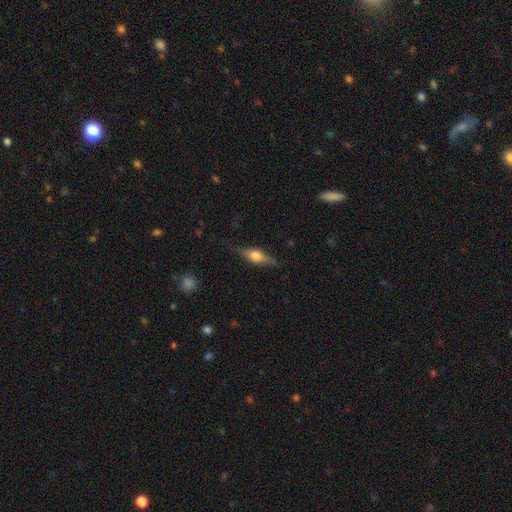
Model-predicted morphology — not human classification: Smooth or featured? Predicted: featured or disk (p=0.65). Edge-on disk? Predicted: yes (p=0.95). Edge-on bulge? Predicted: rounded (p=0.92). Merging? Predicted: none (p=0.82).